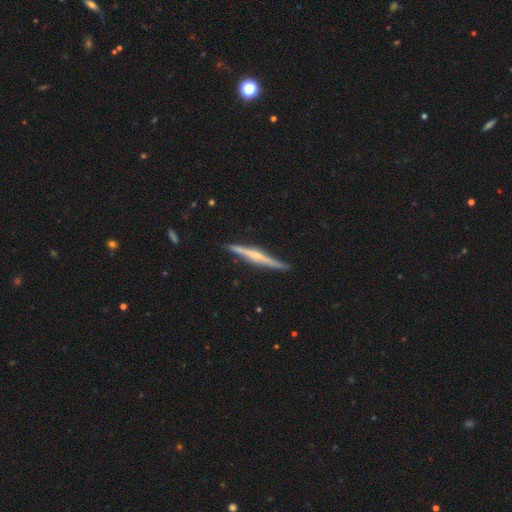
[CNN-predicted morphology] smooth_or_featured: featured or disk (p=0.74) [alt: smooth p=0.21]
disk_edge_on: yes (p=0.98) [alt: no p=0.02]
edge_on_bulge: rounded (p=0.71) [alt: none p=0.18]
merging: none (p=0.86) [alt: minor disturbance p=0.11]